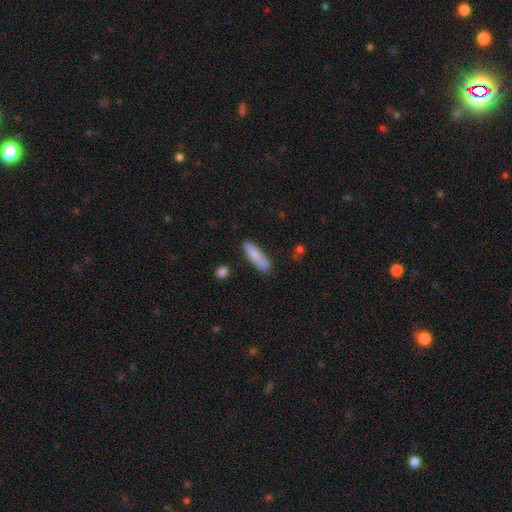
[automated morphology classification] A smooth galaxy with no disk features (78%) that is cigar-shaped (59%).

Vote fractions:
- Smooth or featured? smooth: 78% / featured or disk: 17% / star or artifact: 6%
- How rounded? cigar-shaped: 59% / in between: 39% / round: 2%
- Merging? none: 76% / minor disturbance: 16% / merger: 5% / major disturbance: 3%